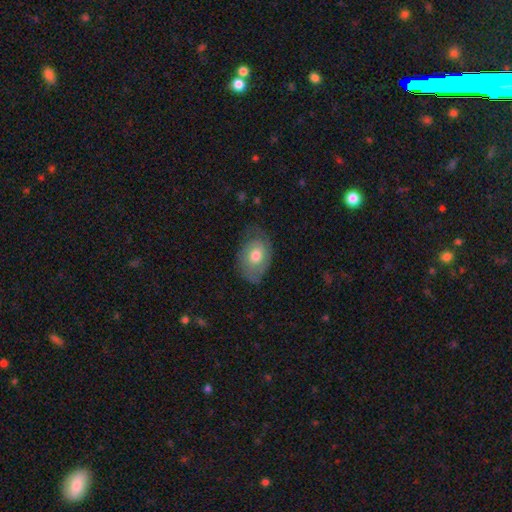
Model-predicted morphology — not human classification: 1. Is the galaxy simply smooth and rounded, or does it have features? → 54% smooth, 40% featured or disk, 7% star or artifact.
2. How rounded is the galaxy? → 79% in between, 20% round, 1% cigar-shaped.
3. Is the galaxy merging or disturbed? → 61% none, 27% minor disturbance, 11% major disturbance, 1% merger.